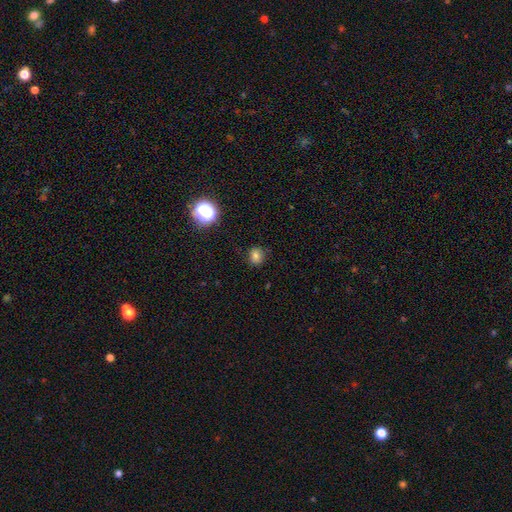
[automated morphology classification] Smooth or featured? smooth (76%)
How rounded? round (71%)
Merging? none (84%)